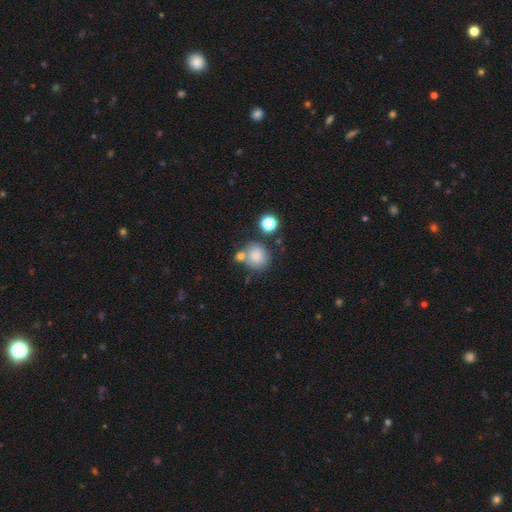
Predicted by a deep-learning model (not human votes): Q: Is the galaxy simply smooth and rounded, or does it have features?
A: smooth — 82%.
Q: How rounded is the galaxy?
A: round — 79%.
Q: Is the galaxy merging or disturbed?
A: none — 58%.